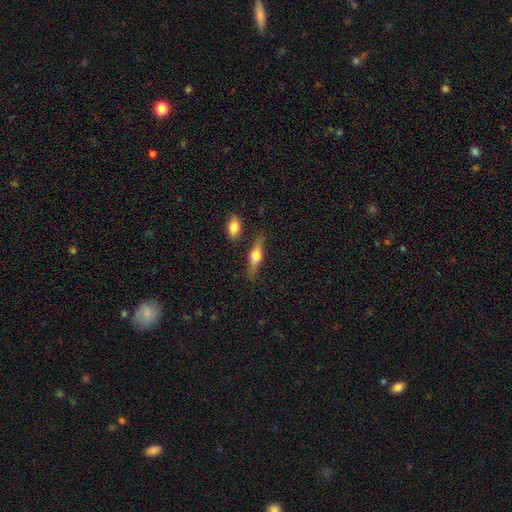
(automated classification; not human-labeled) Smooth or featured? Predicted: featured or disk (p=0.50). Merging? Predicted: none (p=0.74).